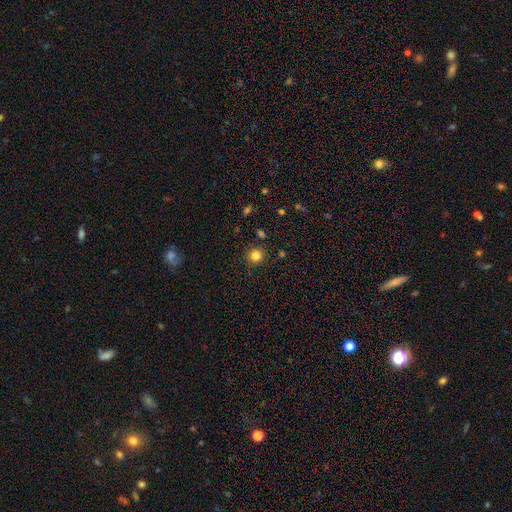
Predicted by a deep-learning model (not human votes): A smooth galaxy with no disk features (83%) that is round (92%).

Vote fractions:
- Smooth or featured? smooth: 83% / star or artifact: 12% / featured or disk: 5%
- How rounded? round: 92% / in between: 7% / cigar-shaped: 1%
- Merging? none: 89% / minor disturbance: 7% / merger: 2% / major disturbance: 2%